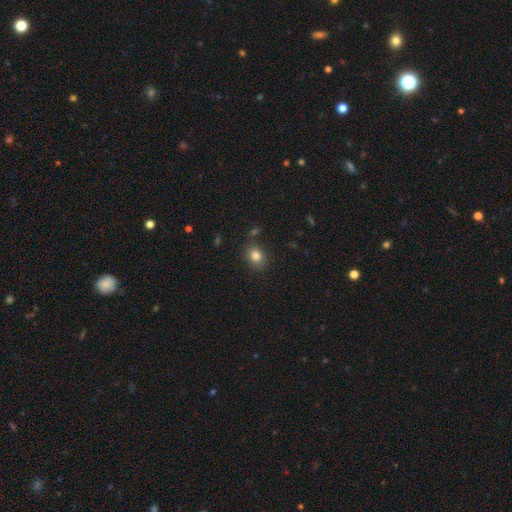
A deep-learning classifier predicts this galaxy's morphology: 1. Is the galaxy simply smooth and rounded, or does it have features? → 82% smooth, 11% star or artifact, 7% featured or disk.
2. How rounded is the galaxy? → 52% in between, 47% round, 1% cigar-shaped.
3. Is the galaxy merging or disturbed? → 84% none, 10% minor disturbance, 3% merger, 3% major disturbance.